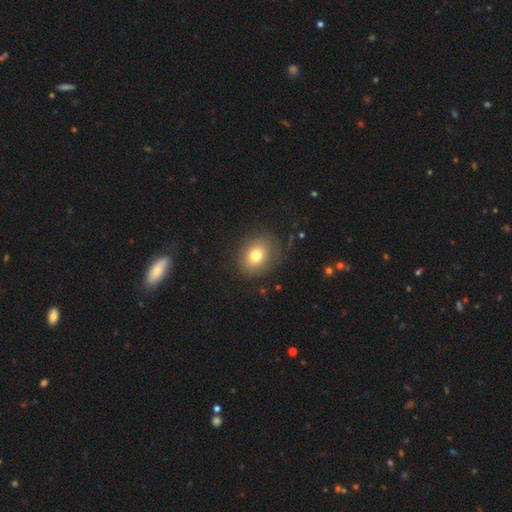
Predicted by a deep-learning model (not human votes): smooth-or-featured: smooth: 77% | featured or disk: 12% | star or artifact: 11%
  how-rounded: round: 58% | in between: 41% | cigar-shaped: 1%
  merging: none: 79% | minor disturbance: 14% | major disturbance: 5% | merger: 1%